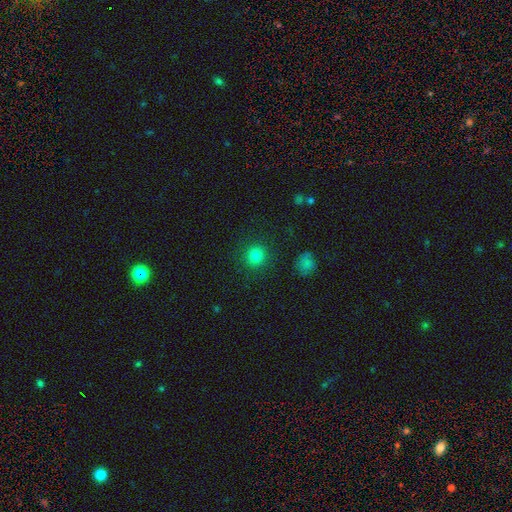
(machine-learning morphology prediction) Q: Smooth or featured?
A: smooth (81%); runner-up: star or artifact (13%)
Q: How rounded?
A: round (92%); runner-up: in between (7%)
Q: Merging?
A: none (90%); runner-up: minor disturbance (6%)